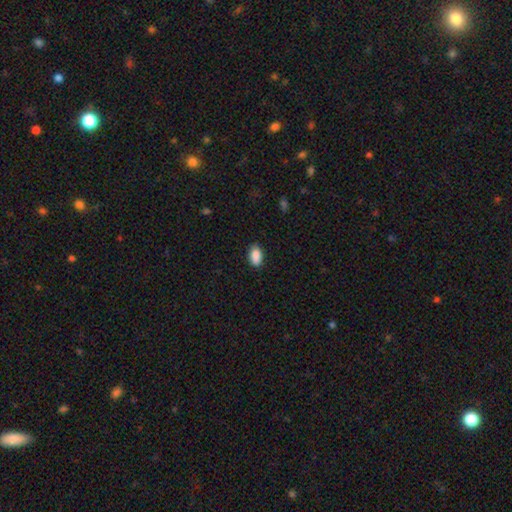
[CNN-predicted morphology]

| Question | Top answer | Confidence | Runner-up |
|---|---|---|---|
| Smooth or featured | smooth | 90% | star or artifact (7%) |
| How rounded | in between | 92% | round (6%) |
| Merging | none | 84% | minor disturbance (12%) |